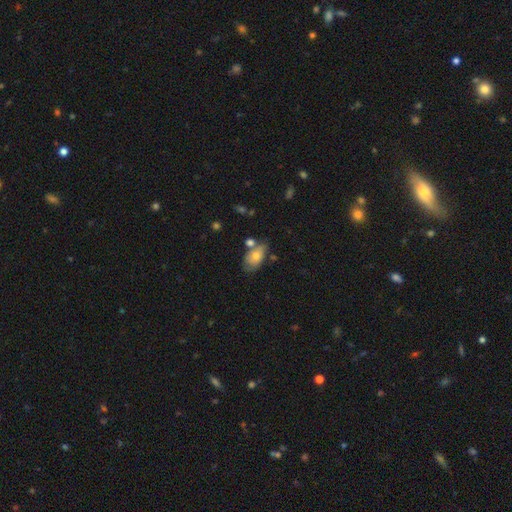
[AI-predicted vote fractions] Smooth or featured? smooth (67%)
How rounded? in between (89%)
Merging? none (49%)